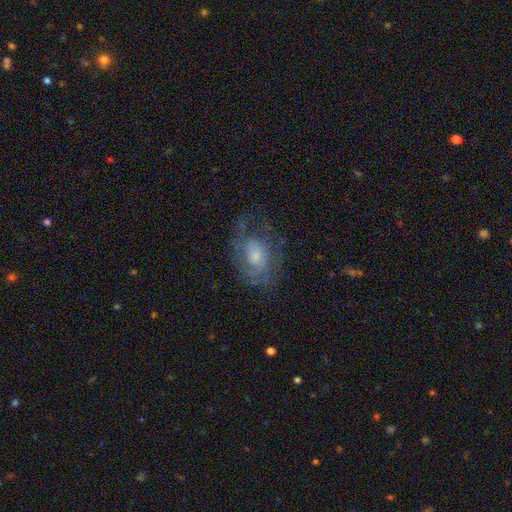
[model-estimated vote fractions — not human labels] The model was most divided on "spiral winding": tight: 43%, medium: 40%, loose: 17%. Remaining: edge-on disk — no (96%); spiral arms — yes (79%); bar — no (70%); smooth or featured — featured or disk (66%); merging — none (58%); bulge size — small (46%); spiral arm count — can't tell (42%).